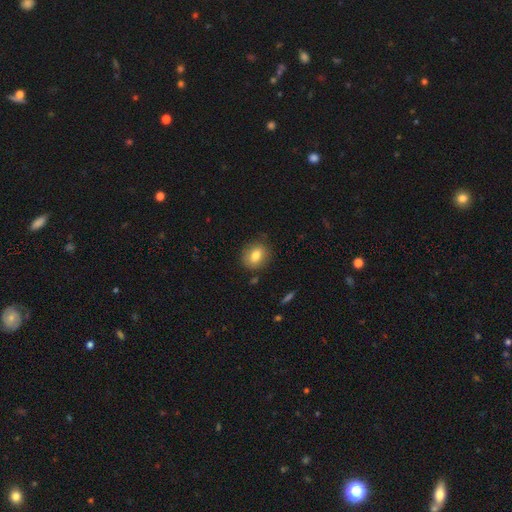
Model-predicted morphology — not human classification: smooth_or_featured: smooth (p=0.78) [alt: featured or disk p=0.13]
how_rounded: round (p=0.55) [alt: in between p=0.44]
merging: none (p=0.83) [alt: minor disturbance p=0.12]